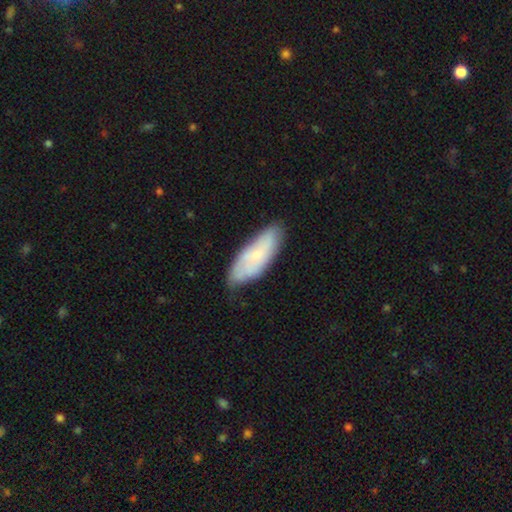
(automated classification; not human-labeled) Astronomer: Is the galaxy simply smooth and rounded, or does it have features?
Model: smooth — 56% (runner-up: featured or disk, 38%).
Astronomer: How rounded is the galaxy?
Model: in between — 73%.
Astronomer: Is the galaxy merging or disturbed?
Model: none — 67%.